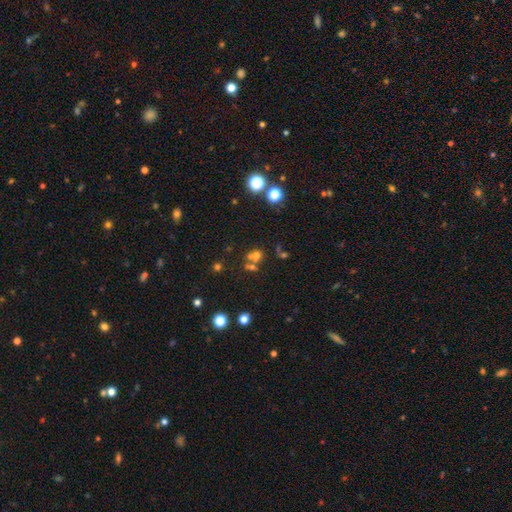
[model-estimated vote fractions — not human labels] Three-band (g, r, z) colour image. It shows a smooth galaxy with no disk features (55%) that is round (77%). Merging: none (45%).